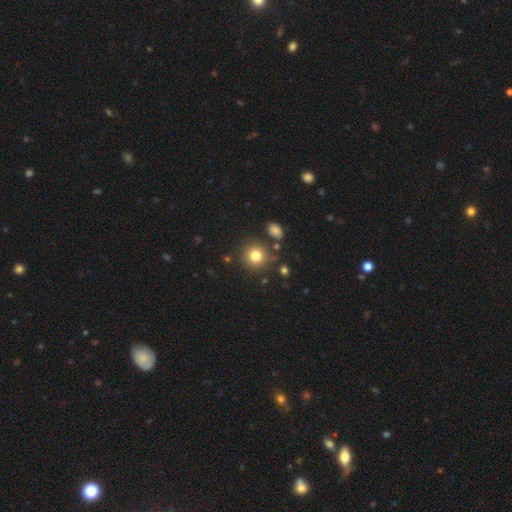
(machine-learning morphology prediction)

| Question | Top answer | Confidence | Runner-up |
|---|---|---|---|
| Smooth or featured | smooth | 80% | star or artifact (12%) |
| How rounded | round | 92% | in between (7%) |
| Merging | none | 82% | minor disturbance (9%) |